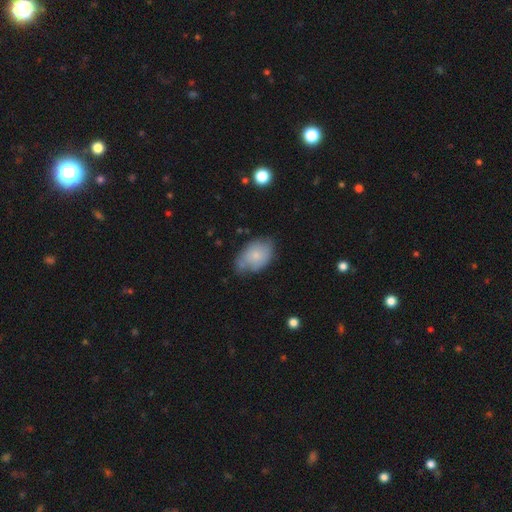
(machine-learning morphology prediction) This is likely a smooth galaxy (70%). How rounded: clearly in between (85%). Merging: possibly none (54%).